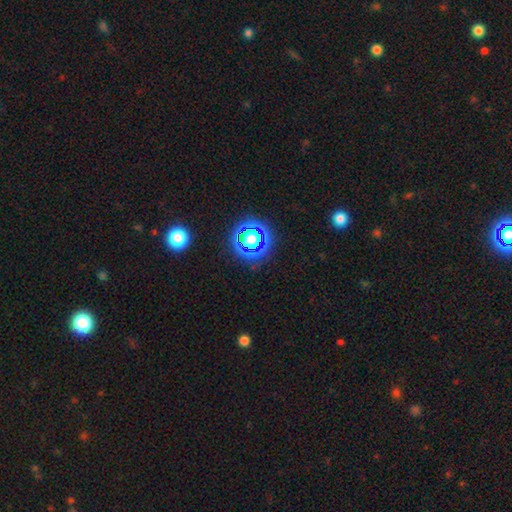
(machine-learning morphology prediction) This is likely a star or artifact rather than a galaxy (72%).